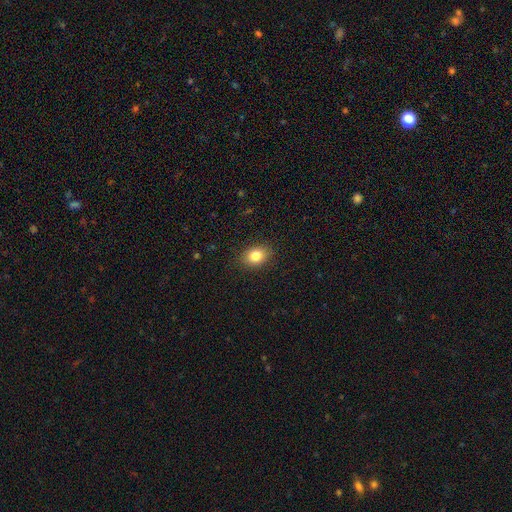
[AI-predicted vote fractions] This is clearly a smooth galaxy (84%). How rounded: likely in between (72%). Merging: clearly none (87%).